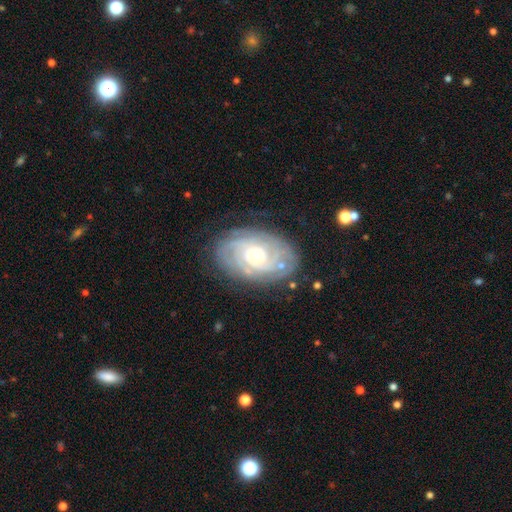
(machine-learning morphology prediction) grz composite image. It shows a featured or disk galaxy (85%) with no bar (76%), tight (78%) spiral arms (96%) and a small central bulge (50%). Merging: none (78%).